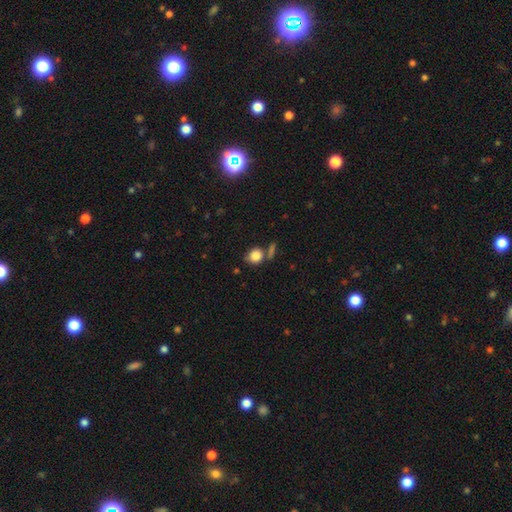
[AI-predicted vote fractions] smooth_or_featured: smooth (p=0.83) [alt: star or artifact p=0.10]
how_rounded: round (p=0.73) [alt: in between p=0.25]
merging: none (p=0.62) [alt: merger p=0.17]